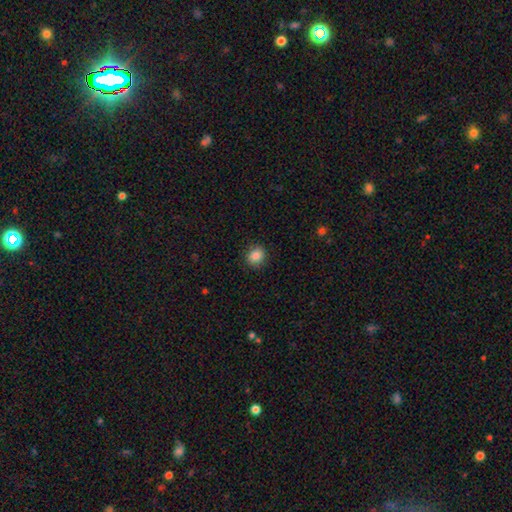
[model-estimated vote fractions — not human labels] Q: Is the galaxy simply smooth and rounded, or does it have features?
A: smooth — 86%.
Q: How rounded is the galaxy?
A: round — 79%.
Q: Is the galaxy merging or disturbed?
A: none — 89%.